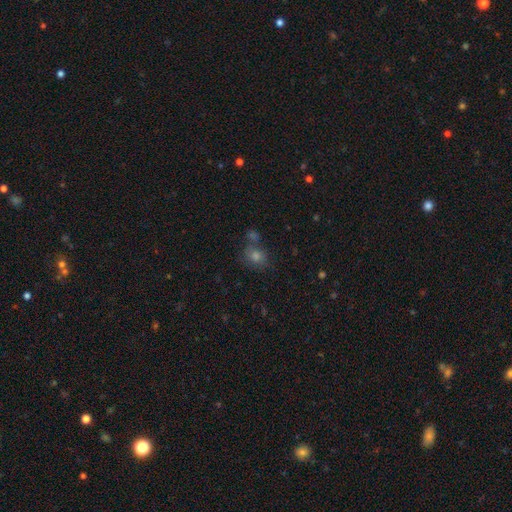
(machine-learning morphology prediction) This appears to be a smooth galaxy with no disk features (67%) that is round (73%). Merging: none (65%).